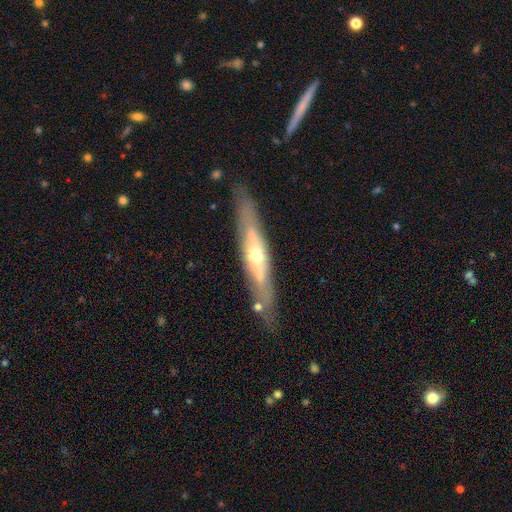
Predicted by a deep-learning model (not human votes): Q: Smooth or featured?
A: featured or disk (64%); runner-up: smooth (30%)
Q: Edge-on disk?
A: yes (76%); runner-up: no (24%)
Q: Merging?
A: none (77%); runner-up: minor disturbance (15%)